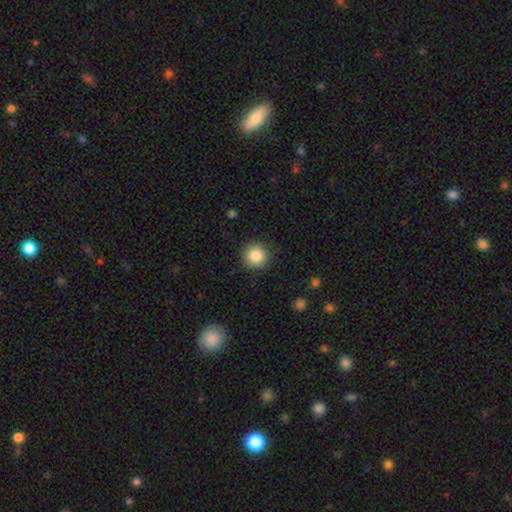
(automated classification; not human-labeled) This appears to be a smooth galaxy with no disk features (86%) that is round (94%). Merging: none (90%).